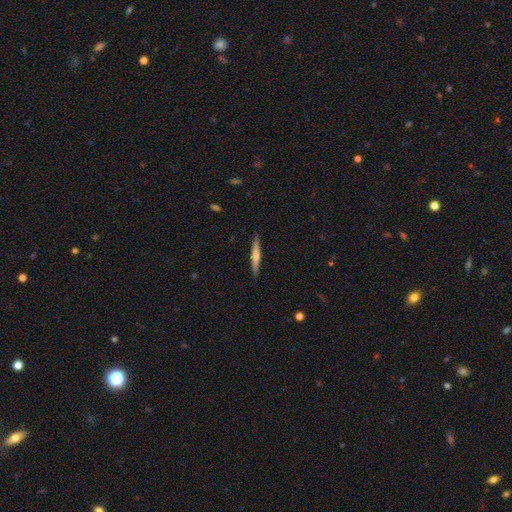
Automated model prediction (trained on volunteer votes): Smooth or featured? Predicted: featured or disk (p=0.55). Edge-on disk? Predicted: yes (p=0.97). Edge-on bulge? Predicted: rounded (p=0.71). Merging? Predicted: none (p=0.91).